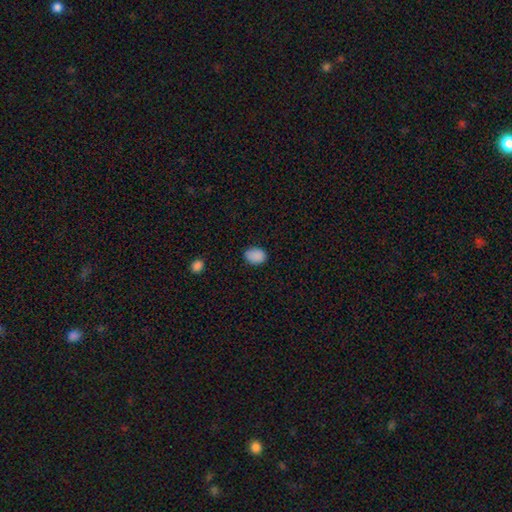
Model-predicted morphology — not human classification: Smooth or featured?
  - smooth: 88% *
  - star or artifact: 9%
  - featured or disk: 3%
How rounded?
  - in between: 74% *
  - round: 25%
  - cigar-shaped: 1%
Merging?
  - none: 82% *
  - minor disturbance: 14%
  - major disturbance: 3%
  - merger: 1%